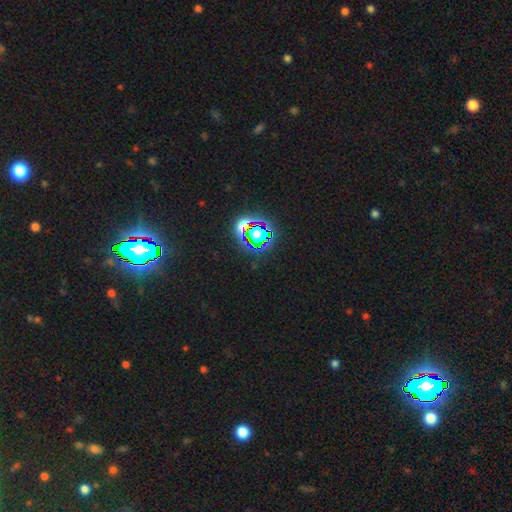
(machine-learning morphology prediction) Smooth or featured? Predicted: star or artifact (p=0.82).